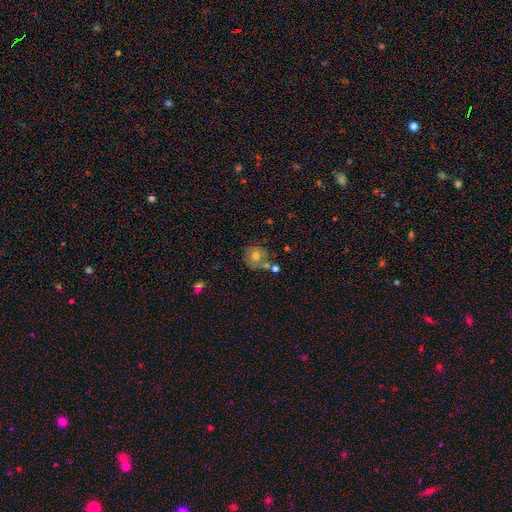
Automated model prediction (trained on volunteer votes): This is likely a smooth galaxy (65%). How rounded: clearly round (88%). Merging: possibly none (60%).